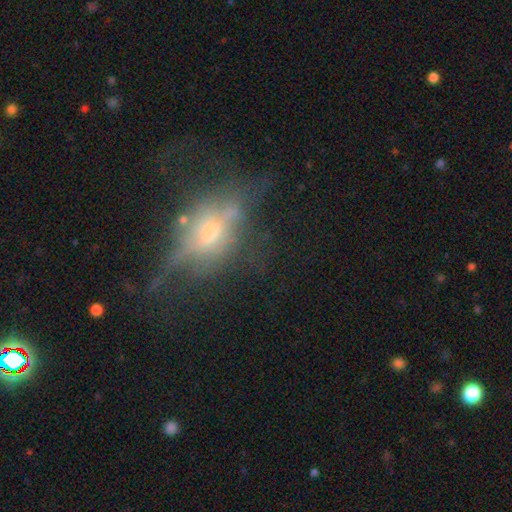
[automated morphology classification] Smooth or featured? Predicted: featured or disk (p=0.61). Edge-on disk? Predicted: yes (p=0.68). Merging? Predicted: none (p=0.57).